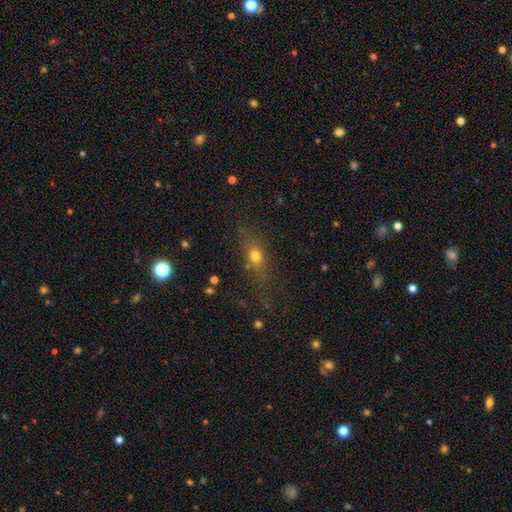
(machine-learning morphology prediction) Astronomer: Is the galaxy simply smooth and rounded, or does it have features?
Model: smooth — 66%.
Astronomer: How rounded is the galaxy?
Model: in between — 53% (runner-up: cigar-shaped, 29%).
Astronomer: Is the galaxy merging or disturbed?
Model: none — 66%.